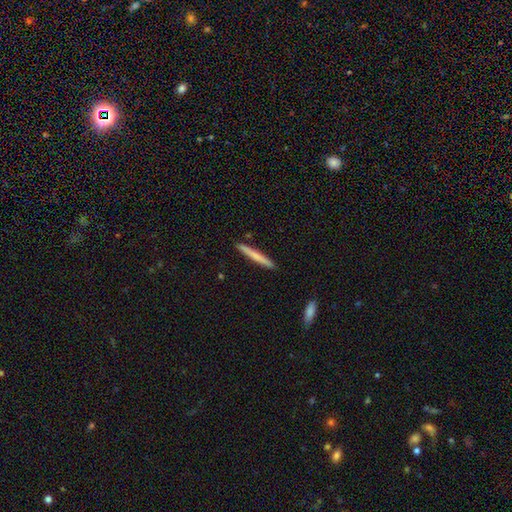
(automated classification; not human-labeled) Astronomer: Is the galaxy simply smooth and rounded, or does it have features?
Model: smooth — 67%.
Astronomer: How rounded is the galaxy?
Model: cigar-shaped — 97%.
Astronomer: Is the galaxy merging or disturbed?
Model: none — 92%.